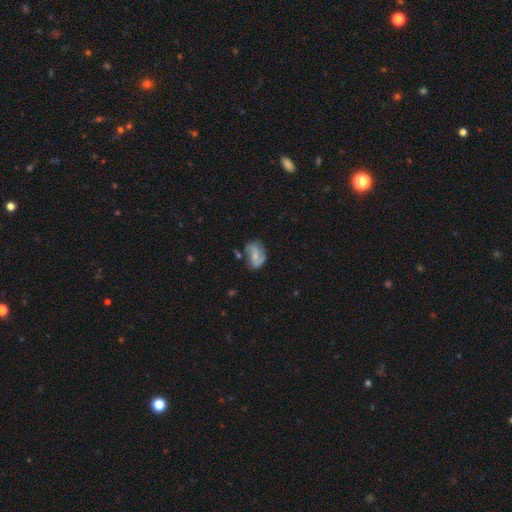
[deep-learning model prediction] Q: Smooth or featured?
A: featured or disk (64%); runner-up: smooth (28%)
Q: Edge-on disk?
A: no (97%); runner-up: yes (3%)
Q: Bar?
A: no (46%); runner-up: weak (41%)
Q: Spiral arms?
A: yes (87%); runner-up: no (13%)
Q: Spiral winding?
A: medium (43%); runner-up: loose (38%)
Q: Spiral arm count?
A: 2 (78%); runner-up: can't tell (10%)
Q: Bulge size?
A: small (52%); runner-up: moderate (28%)
Q: Merging?
A: none (54%); runner-up: minor disturbance (26%)